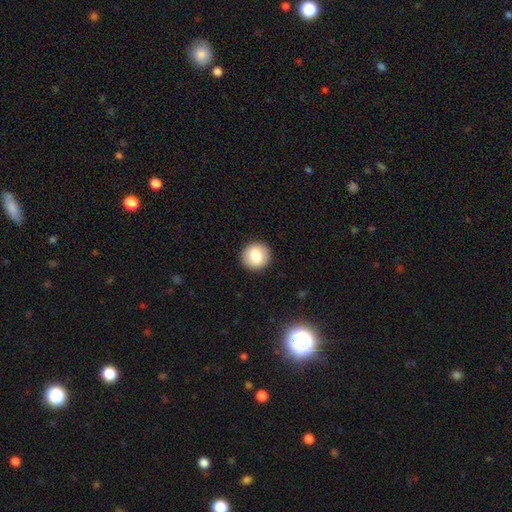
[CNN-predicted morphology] This appears to be a smooth galaxy with no disk features (82%) that is round (93%). Merging: none (92%).